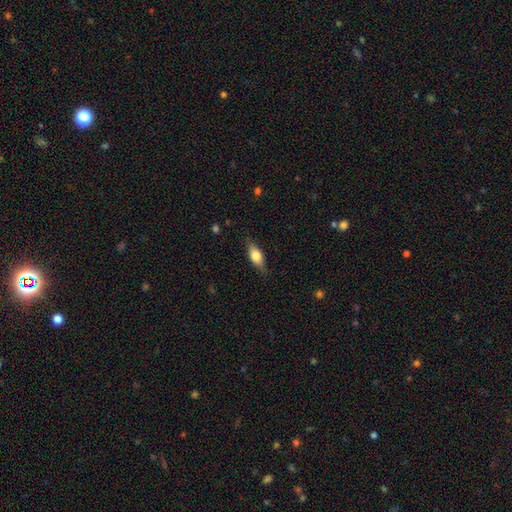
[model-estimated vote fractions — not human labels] Smooth or featured? smooth (68%)
How rounded? in between (75%)
Merging? none (80%)